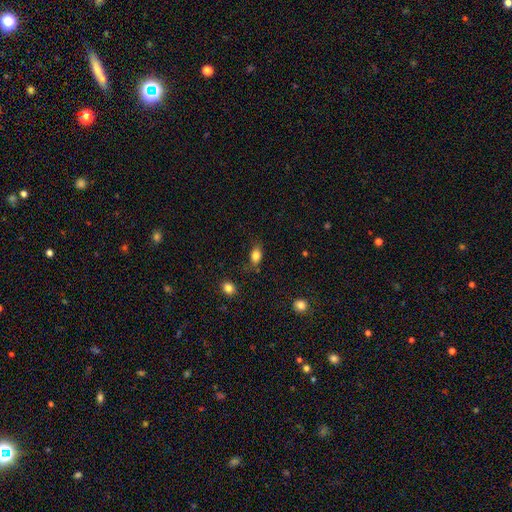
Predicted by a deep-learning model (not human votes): This appears to be a smooth galaxy with no disk features (83%) that is in between round and cigar-shaped (81%). Merging: none (68%).